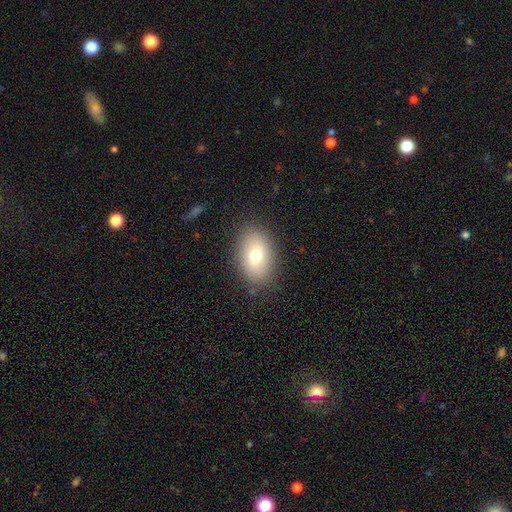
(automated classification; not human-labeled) This appears to be a smooth galaxy with no disk features (75%) that is in between round and cigar-shaped (87%). Merging: none (85%).